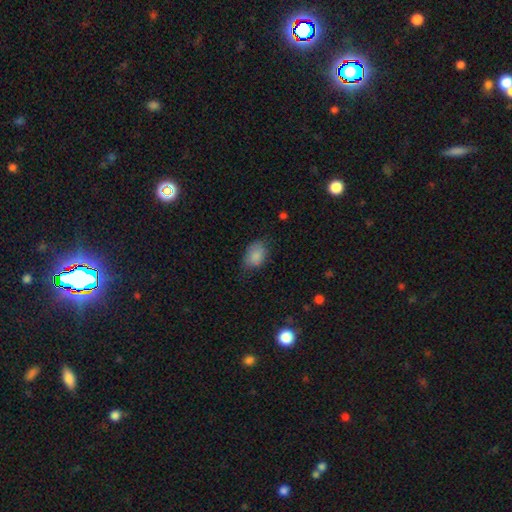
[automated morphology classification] smooth 85%, star or artifact 8%, featured or disk 6%. Down the decision tree: how rounded — in between (82%); merging — none (65%).